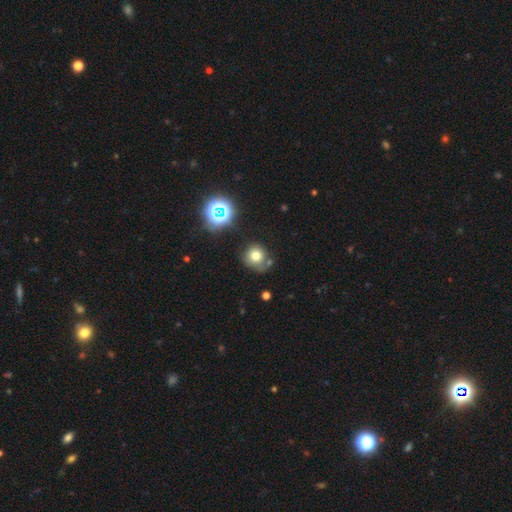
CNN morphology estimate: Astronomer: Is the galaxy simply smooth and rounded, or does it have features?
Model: smooth — 74%.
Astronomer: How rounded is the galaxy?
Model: round — 87%.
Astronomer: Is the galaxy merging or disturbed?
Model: none — 64%.